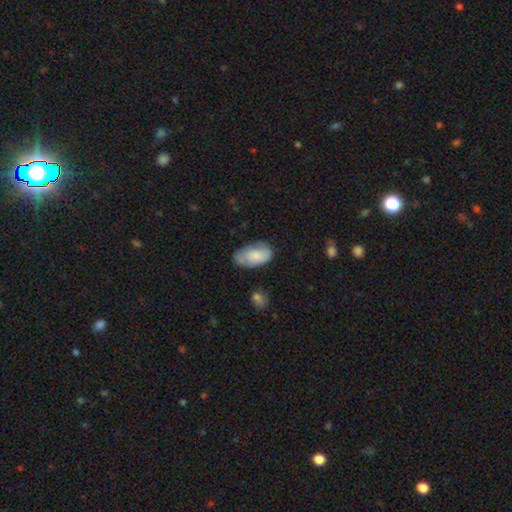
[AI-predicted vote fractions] This appears to be a smooth galaxy with no disk features (76%) that is in between round and cigar-shaped (94%). Merging: none (58%).